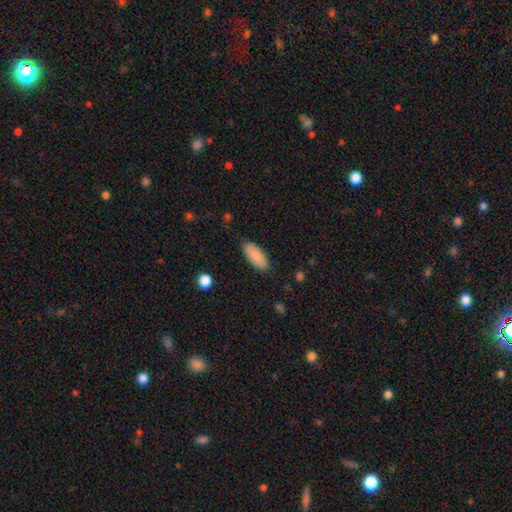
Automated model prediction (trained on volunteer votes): Smooth or featured?
  - smooth: 87% *
  - featured or disk: 7%
  - star or artifact: 6%
How rounded?
  - in between: 85% *
  - cigar-shaped: 14%
  - round: 2%
Merging?
  - none: 85% *
  - minor disturbance: 11%
  - major disturbance: 2%
  - merger: 1%